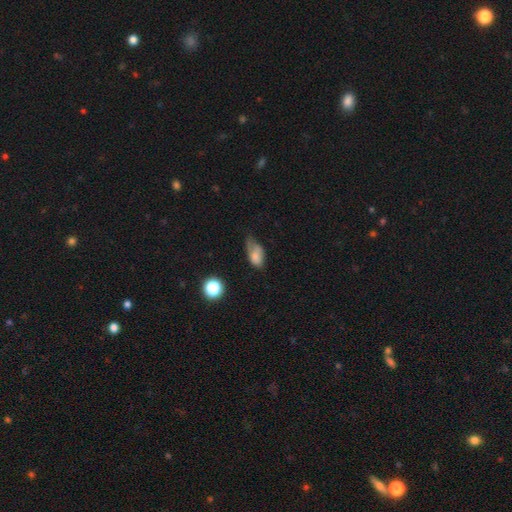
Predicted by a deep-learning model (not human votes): The model was most divided on "merging": minor disturbance: 41%, none: 30%, major disturbance: 25%, merger: 4%. More confident: how rounded — in between (88%); smooth or featured — smooth (72%).